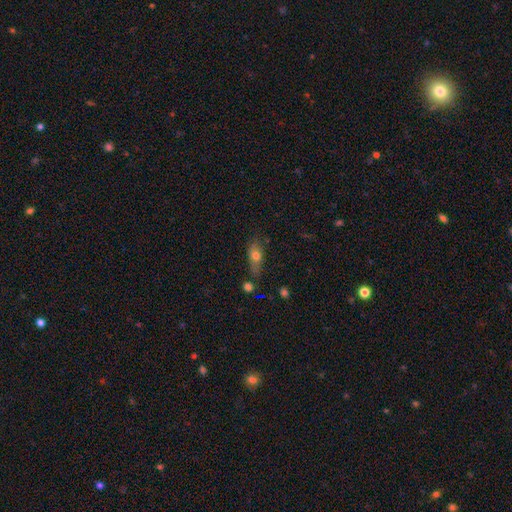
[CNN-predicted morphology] A smooth galaxy with no disk features (66%) that is in between round and cigar-shaped (70%). Merging: none (60%).